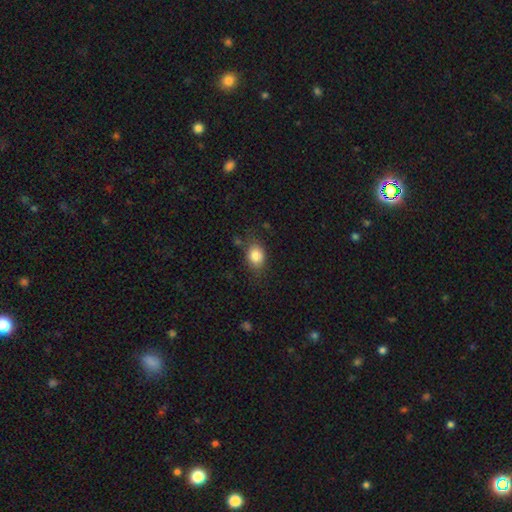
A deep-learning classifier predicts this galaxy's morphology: smooth-or-featured: smooth: 83% | star or artifact: 9% | featured or disk: 8%
  how-rounded: in between: 60% | round: 39% | cigar-shaped: 1%
  merging: none: 74% | minor disturbance: 18% | major disturbance: 5% | merger: 3%